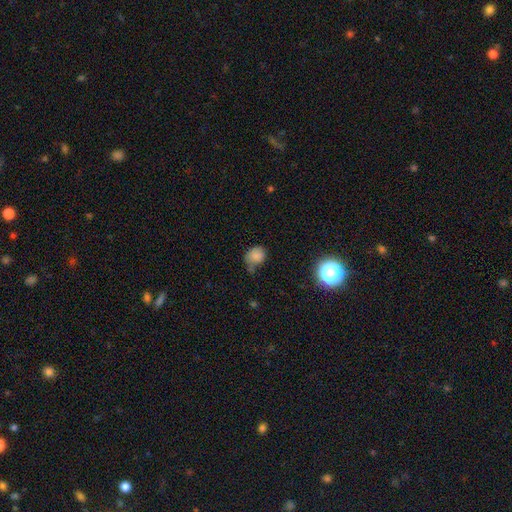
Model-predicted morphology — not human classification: Smooth or featured?
  - smooth: 80% *
  - star or artifact: 14%
  - featured or disk: 6%
How rounded?
  - round: 64% *
  - in between: 35%
  - cigar-shaped: 1%
Merging?
  - none: 52% *
  - minor disturbance: 30%
  - major disturbance: 9%
  - merger: 9%